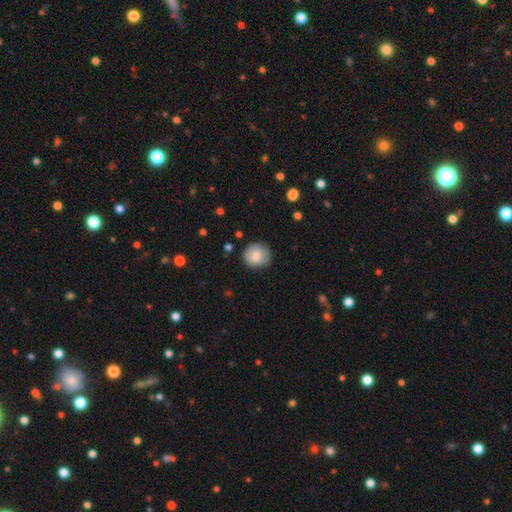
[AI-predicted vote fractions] smooth_or_featured: smooth (p=0.82) [alt: featured or disk p=0.11]
how_rounded: round (p=0.91) [alt: in between p=0.08]
merging: none (p=0.85) [alt: minor disturbance p=0.11]